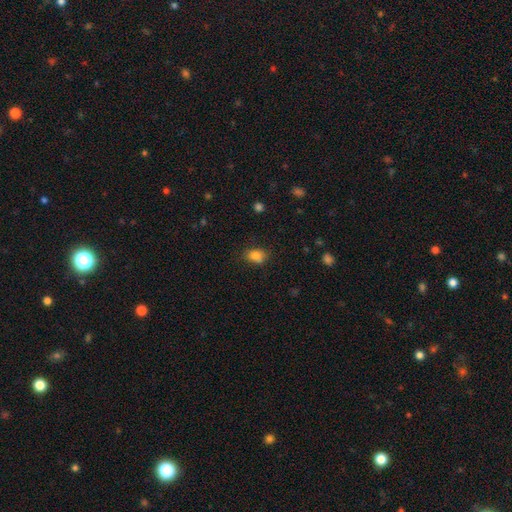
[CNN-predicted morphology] A smooth galaxy with no disk features (81%) that is in between round and cigar-shaped (68%). Merging: none (64%).